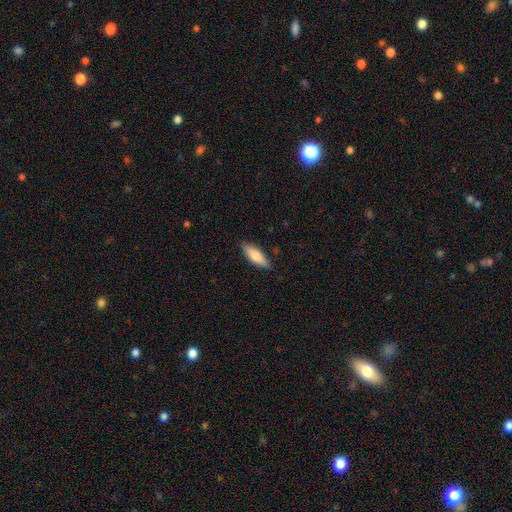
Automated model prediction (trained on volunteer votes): Q: Smooth or featured?
A: smooth (70%); runner-up: featured or disk (24%)
Q: How rounded?
A: in between (54%); runner-up: cigar-shaped (44%)
Q: Merging?
A: none (86%); runner-up: minor disturbance (11%)